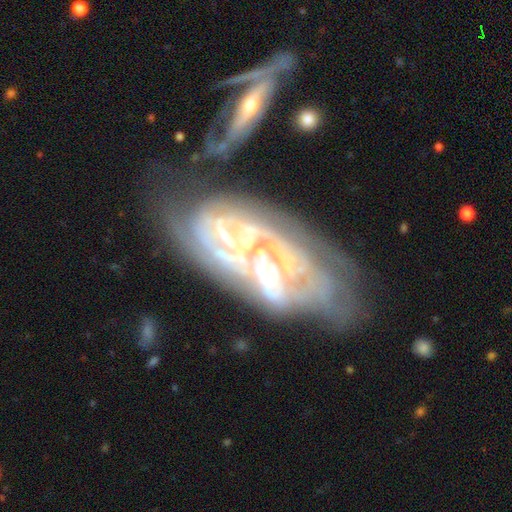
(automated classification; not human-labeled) smooth_or_featured: featured or disk (p=0.81) [alt: smooth p=0.10]
disk_edge_on: no (p=0.91) [alt: yes p=0.09]
bar: no (p=0.57) [alt: weak p=0.27]
has_spiral_arms: yes (p=0.76) [alt: no p=0.24]
spiral_winding: tight (p=0.62) [alt: medium p=0.27]
spiral_arm_count: can't tell (p=0.54) [alt: 2 p=0.16]
bulge_size: small (p=0.59) [alt: moderate p=0.22]
merging: none (p=0.36) [alt: merger p=0.28]